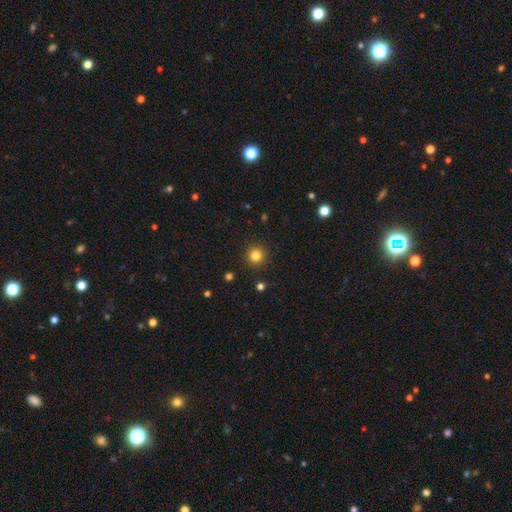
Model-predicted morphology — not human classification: Overall: smooth (83%). How rounded: round (94%). Merging: none (92%).